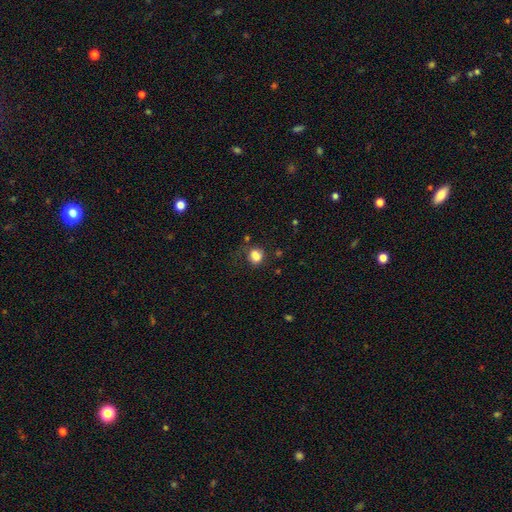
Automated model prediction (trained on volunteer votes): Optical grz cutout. It shows a smooth galaxy with no disk features (83%) that is round (62%). Merging: none (60%).